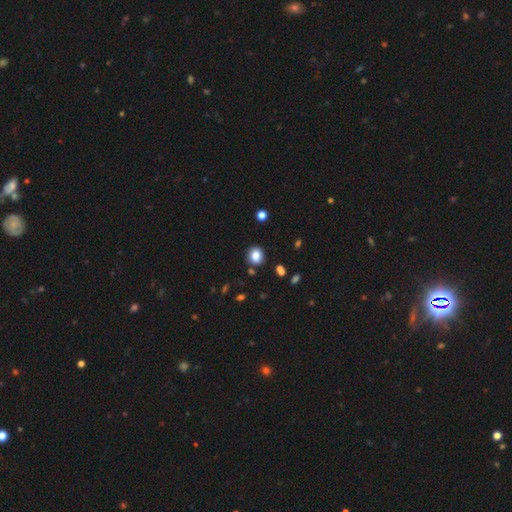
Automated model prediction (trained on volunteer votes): This is clearly a smooth galaxy (85%). How rounded: likely round (71%). Merging: clearly none (83%).